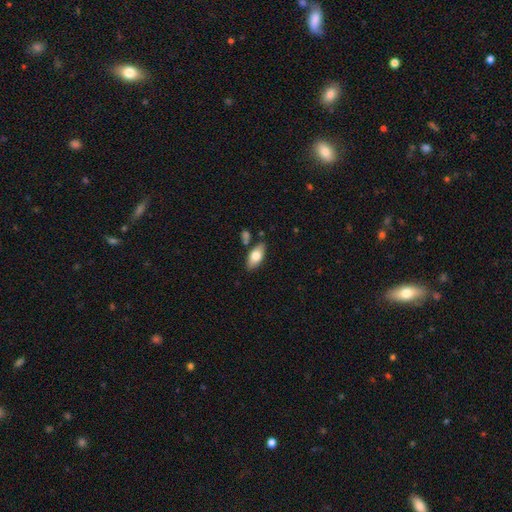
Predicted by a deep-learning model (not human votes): Smooth or featured? Predicted: smooth (p=0.71). How rounded? Predicted: in between (p=0.86). Merging? Predicted: none (p=0.78).